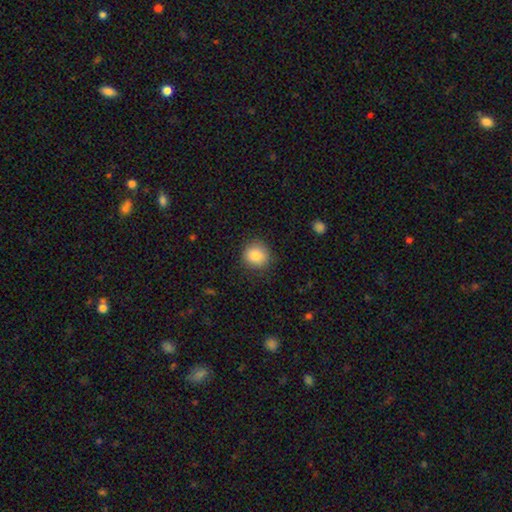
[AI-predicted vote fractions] A smooth galaxy with no disk features (84%) that is round (90%).

Vote fractions:
- Smooth or featured? smooth: 84% / star or artifact: 9% / featured or disk: 7%
- How rounded? round: 90% / in between: 9% / cigar-shaped: 1%
- Merging? none: 87% / minor disturbance: 9% / major disturbance: 3% / merger: 1%